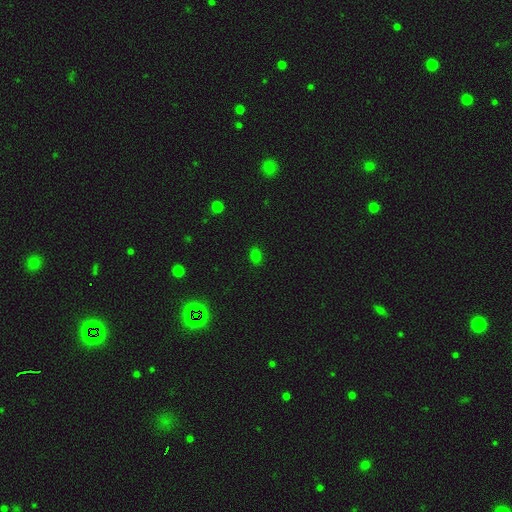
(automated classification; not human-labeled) Morphology: type=smooth (75%); roundness=in between (67%); merging=none (86%).